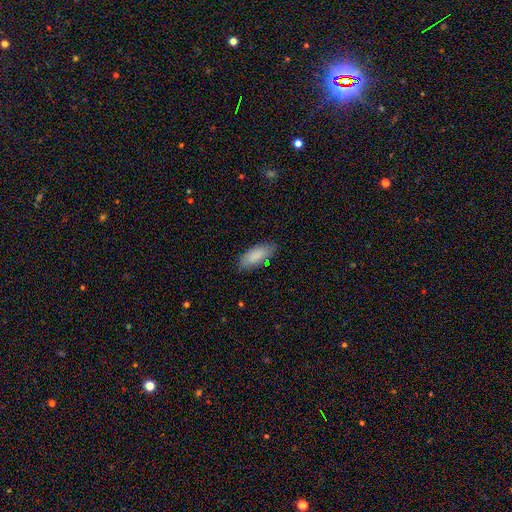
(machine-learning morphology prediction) The model was most divided on "how rounded": in between: 81%, cigar-shaped: 18%, round: 2%. More confident: smooth or featured — smooth (87%); merging — none (80%).